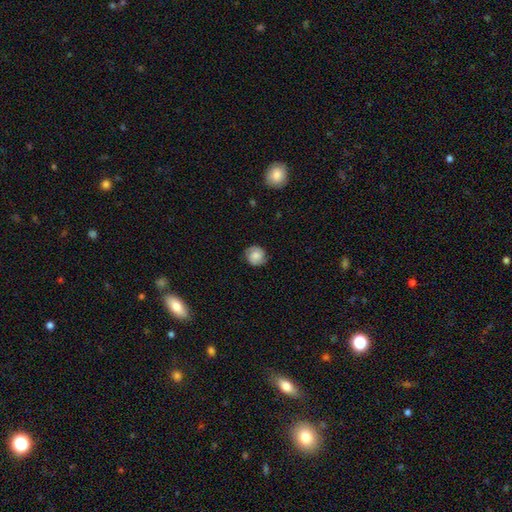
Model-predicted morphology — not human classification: This appears to be a smooth galaxy with no disk features (66%) that is round (88%). Merging: none (81%).